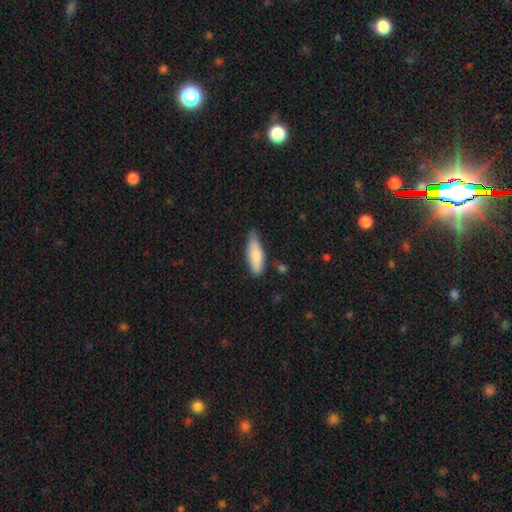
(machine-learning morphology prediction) A smooth galaxy with no disk features (76%) that is in between round and cigar-shaped (67%). Merging: none (64%).